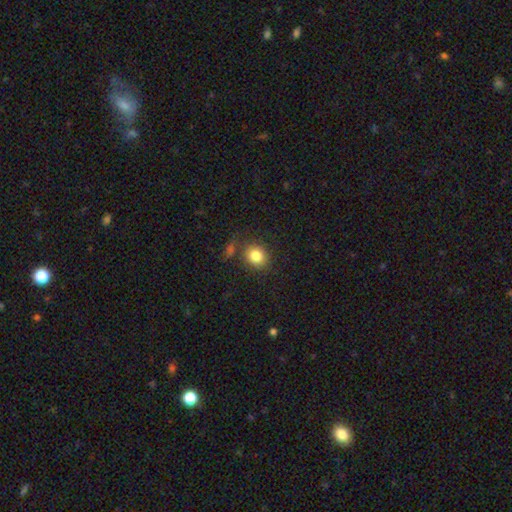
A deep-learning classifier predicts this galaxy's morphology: smooth-or-featured: smooth: 83% | star or artifact: 10% | featured or disk: 7%
  how-rounded: round: 73% | in between: 26% | cigar-shaped: 1%
  merging: none: 78% | minor disturbance: 11% | merger: 7% | major disturbance: 4%